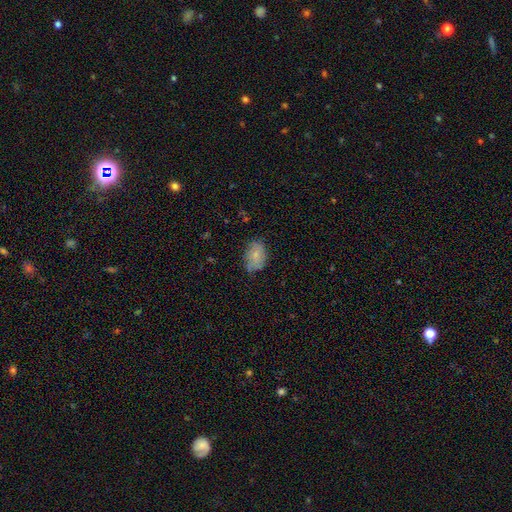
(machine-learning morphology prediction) smooth 74%, featured or disk 17%, star or artifact 9%. Down the decision tree: how rounded — in between (81%); merging — none (65%).